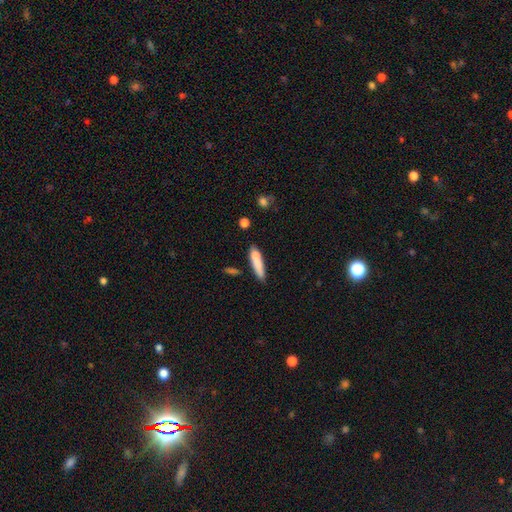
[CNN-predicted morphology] Smooth or featured? Predicted: smooth (p=0.70). How rounded? Predicted: cigar-shaped (p=0.88). Merging? Predicted: none (p=0.72).